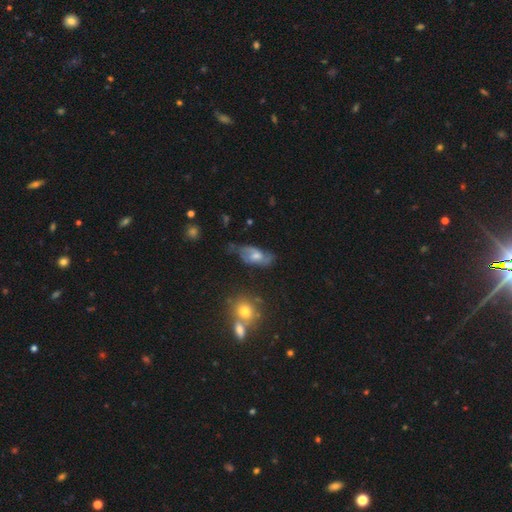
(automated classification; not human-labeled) Smooth or featured: featured or disk — 58% (smooth — 33%)
Edge-on disk: no — 93% (yes — 7%)
Bar: no — 49% (weak — 42%)
Spiral arms: yes — 79% (no — 21%)
Bulge size: moderate — 51% (small — 33%)
Merging: none — 49% (minor disturbance — 30%)